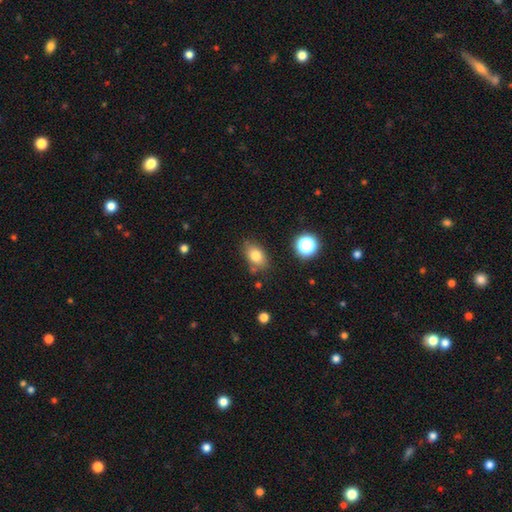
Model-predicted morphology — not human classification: This is likely a smooth galaxy (79%). How rounded: clearly in between (82%). Merging: likely none (75%).